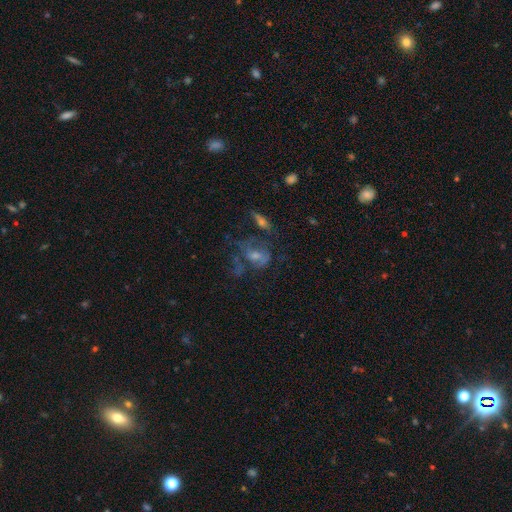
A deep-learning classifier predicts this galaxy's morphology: smooth_or_featured: featured or disk (p=0.50) [alt: smooth p=0.25]
merging: none (p=0.41) [alt: major disturbance p=0.26]